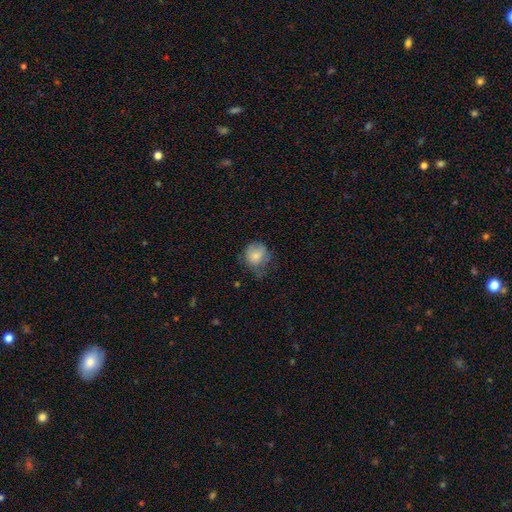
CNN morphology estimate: A smooth galaxy with no disk features (75%) that is round (72%). Merging: none (41%).